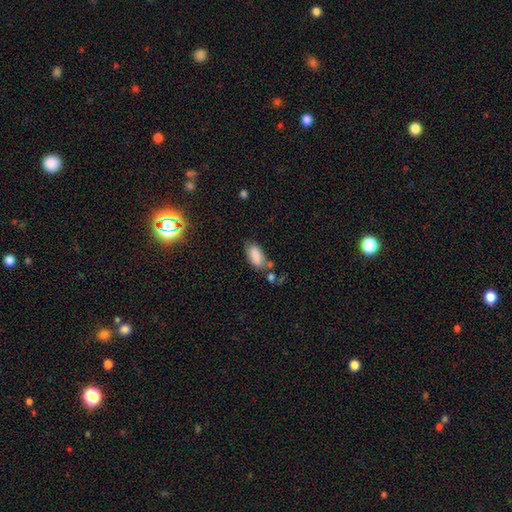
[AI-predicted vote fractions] smooth 82%, featured or disk 9%, star or artifact 9%. Down the decision tree: how rounded — in between (86%); merging — none (58%).